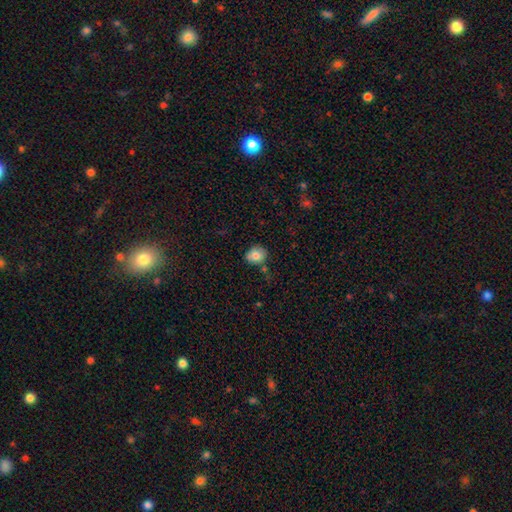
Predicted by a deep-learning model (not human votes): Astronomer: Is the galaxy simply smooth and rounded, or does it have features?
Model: smooth — 78%.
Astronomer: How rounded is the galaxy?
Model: round — 68%.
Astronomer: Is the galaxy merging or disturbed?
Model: none — 69%.